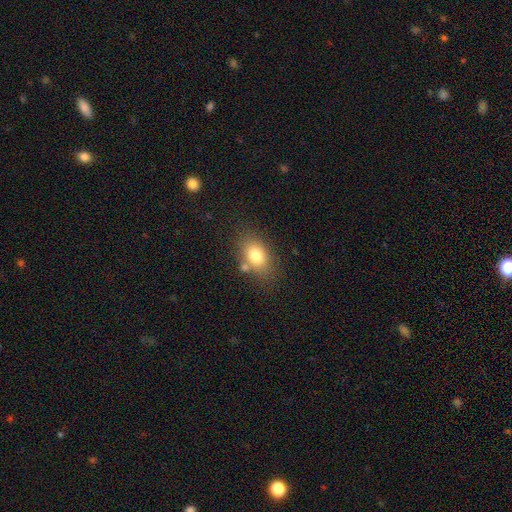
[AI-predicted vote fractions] smooth-or-featured: smooth: 77% | featured or disk: 13% | star or artifact: 10%
  how-rounded: in between: 77% | round: 21% | cigar-shaped: 2%
  merging: none: 69% | minor disturbance: 15% | merger: 12% | major disturbance: 5%